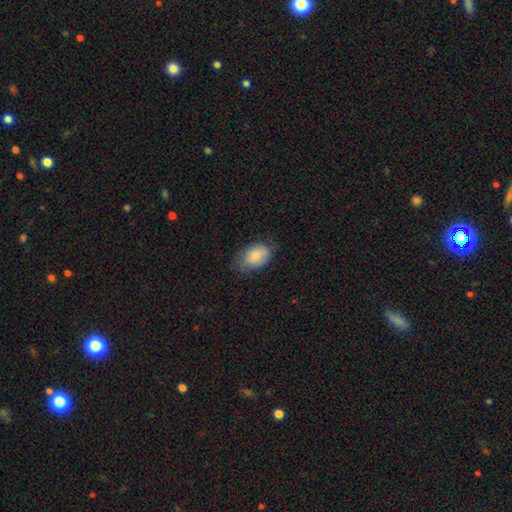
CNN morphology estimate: A smooth galaxy with no disk features (82%) that is in between round and cigar-shaped (85%). Merging: none (58%).